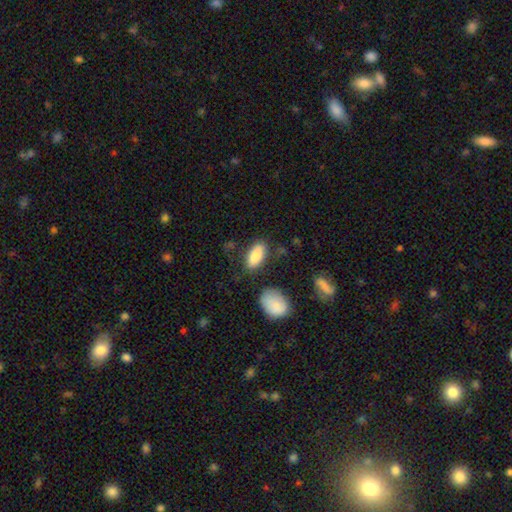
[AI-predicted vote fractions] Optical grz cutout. It shows a smooth galaxy with no disk features (86%) that is in between round and cigar-shaped (89%). Merging: none (76%).